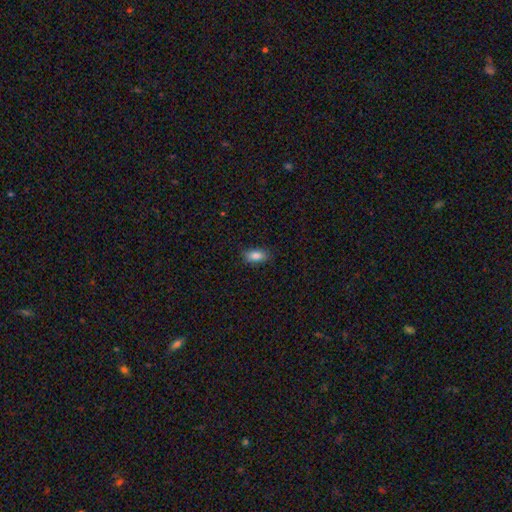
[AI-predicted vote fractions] Overall: smooth (85%). How rounded: in between (89%). Merging: none (84%).